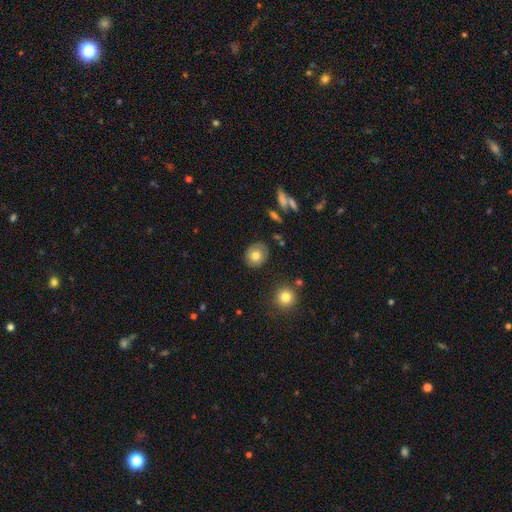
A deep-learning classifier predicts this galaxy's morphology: Smooth or featured?
  - smooth: 74% *
  - featured or disk: 16%
  - star or artifact: 9%
How rounded?
  - round: 76% *
  - in between: 23%
  - cigar-shaped: 1%
Merging?
  - none: 85% *
  - minor disturbance: 10%
  - major disturbance: 3%
  - merger: 2%